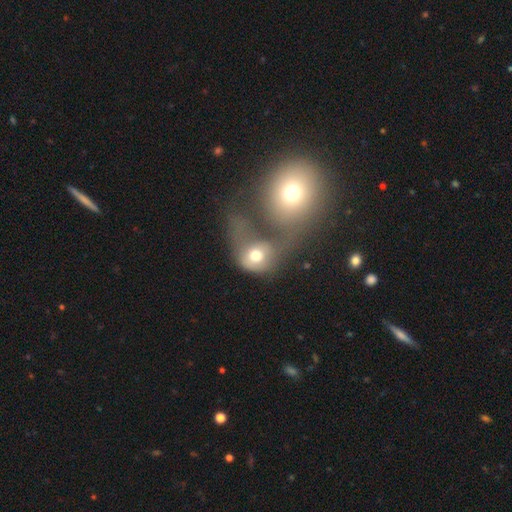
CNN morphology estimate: Smooth or featured? Predicted: smooth (p=0.64). How rounded? Predicted: round (p=0.64). Merging? Predicted: merger (p=0.58).